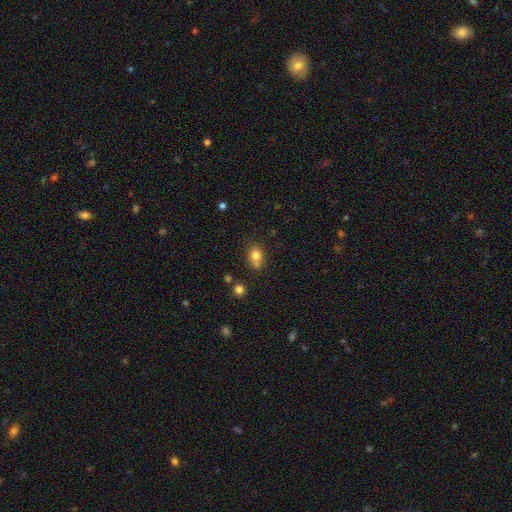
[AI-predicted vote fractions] The model was most divided on "how rounded": round: 60%, in between: 39%, cigar-shaped: 1%. More confident: smooth or featured — smooth (78%); merging — none (52%).